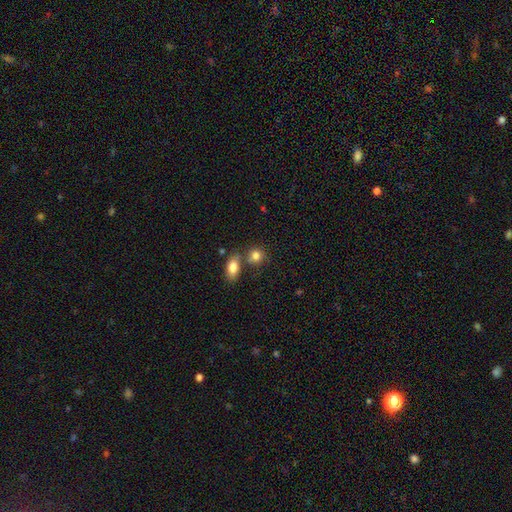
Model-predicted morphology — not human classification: A smooth galaxy with no disk features (83%) that is round (68%). Merging: none (54%).